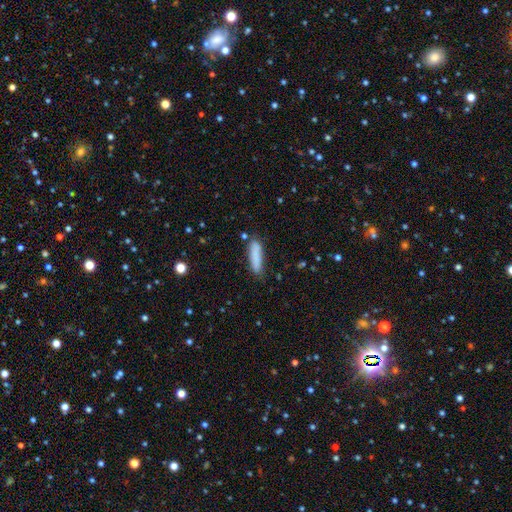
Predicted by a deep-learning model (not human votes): This appears to be a smooth galaxy with no disk features (84%) that is cigar-shaped (71%). Merging: none (78%).